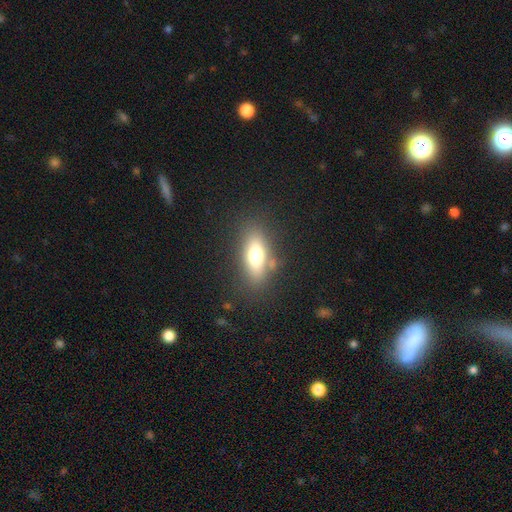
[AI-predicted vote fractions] Smooth or featured: smooth — 67% (featured or disk — 24%)
How rounded: in between — 72% (cigar-shaped — 23%)
Merging: none — 78% (minor disturbance — 13%)